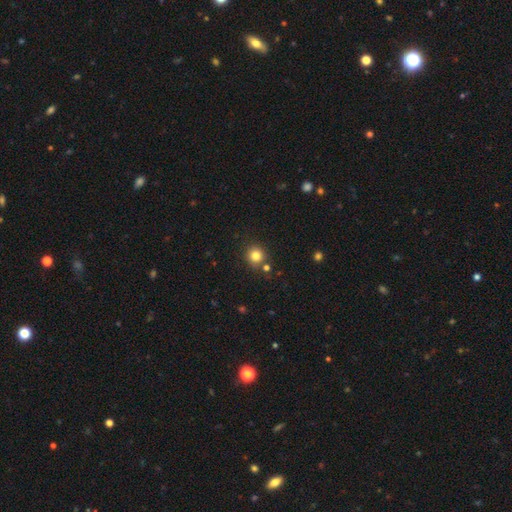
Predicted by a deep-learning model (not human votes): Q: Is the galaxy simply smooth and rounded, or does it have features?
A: smooth — 82%.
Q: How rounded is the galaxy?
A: round — 91%.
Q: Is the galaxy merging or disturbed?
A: none — 82%.